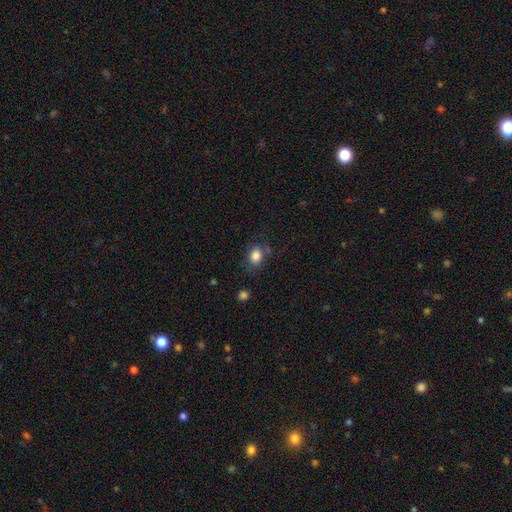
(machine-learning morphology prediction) The model was most divided on "how rounded": round: 56%, in between: 43%, cigar-shaped: 1%. More confident: smooth or featured — smooth (84%); merging — none (71%).